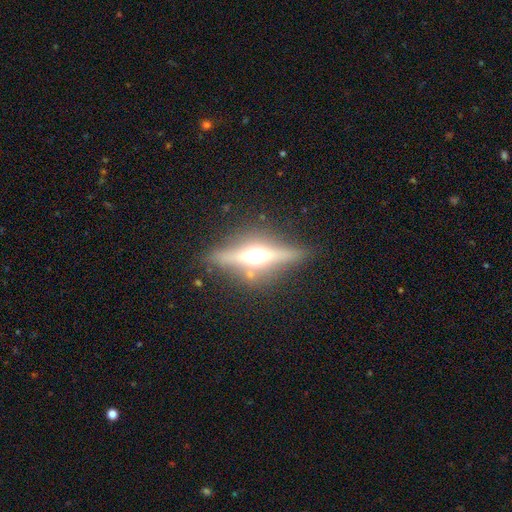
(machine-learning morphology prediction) Smooth or featured?
  - featured or disk: 74% *
  - smooth: 16%
  - star or artifact: 9%
Edge-on disk?
  - yes: 94% *
  - no: 6%
Edge-on bulge?
  - rounded: 95% *
  - boxy: 3%
  - none: 1%
Merging?
  - none: 84% *
  - minor disturbance: 10%
  - major disturbance: 4%
  - merger: 2%